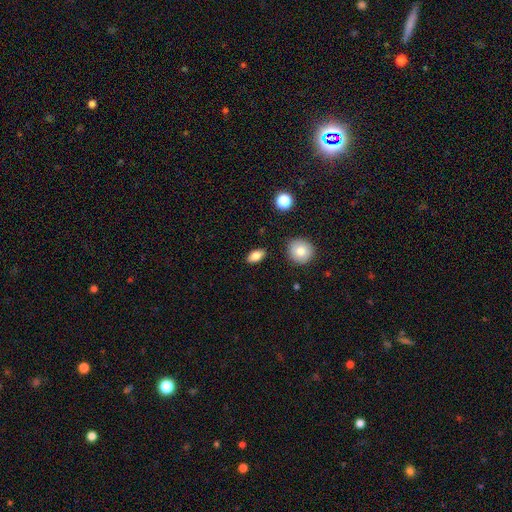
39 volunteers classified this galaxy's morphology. Smooth or featured: smooth — 85% (featured or disk — 13%)
How rounded: in between — 88% (round — 12%)
Merging: none — 87% (minor disturbance — 13%)